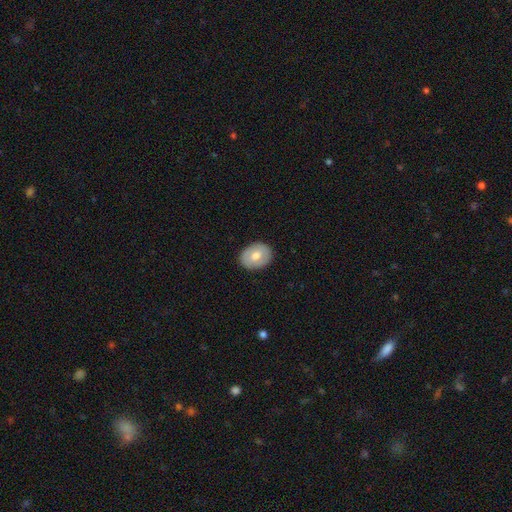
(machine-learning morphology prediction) Smooth or featured? Predicted: smooth (p=0.62). How rounded? Predicted: in between (p=0.58). Merging? Predicted: none (p=0.88).